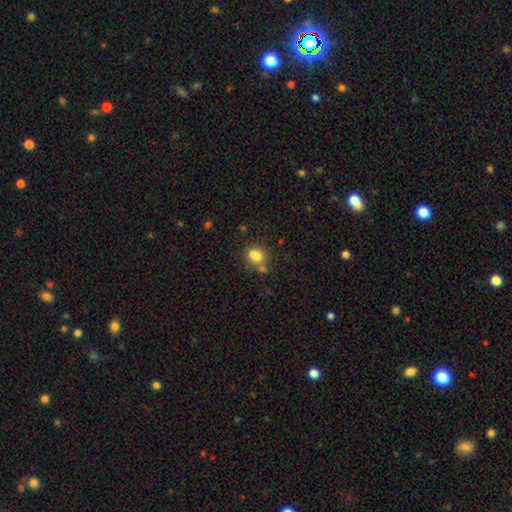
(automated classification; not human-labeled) This appears to be a smooth galaxy with no disk features (68%) that is round (59%). Merging: merger (46%).